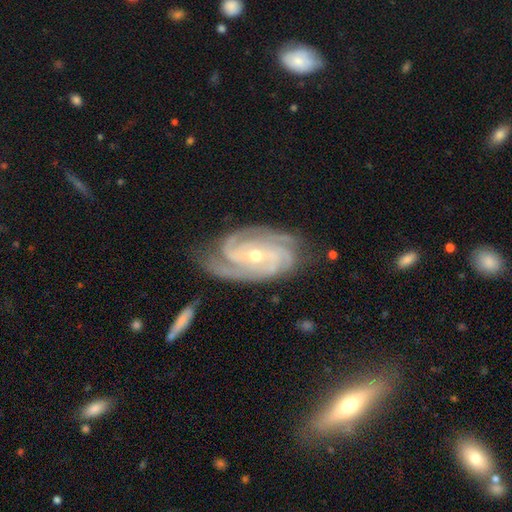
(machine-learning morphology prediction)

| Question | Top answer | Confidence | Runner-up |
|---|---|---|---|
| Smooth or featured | featured or disk | 92% | star or artifact (4%) |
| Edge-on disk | no | 97% | yes (3%) |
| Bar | no | 56% | weak (31%) |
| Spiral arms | yes | 98% | no (2%) |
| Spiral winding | tight | 69% | medium (27%) |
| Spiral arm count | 3 | 37% | 4 (28%) |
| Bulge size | small | 53% | moderate (44%) |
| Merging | none | 73% | minor disturbance (19%) |